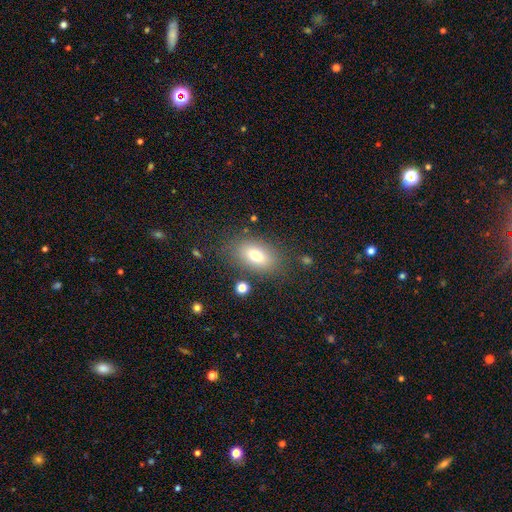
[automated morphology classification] smooth 75%, featured or disk 15%, star or artifact 10%. Down the decision tree: how rounded — in between (86%); merging — none (78%).